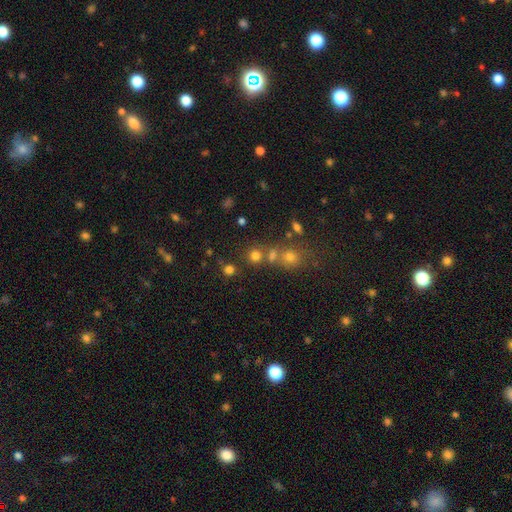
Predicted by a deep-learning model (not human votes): Overall: smooth (72%). How rounded: round (88%). Merging: none (66%).